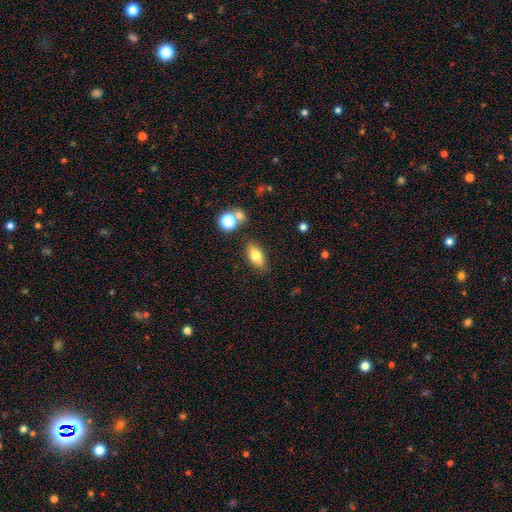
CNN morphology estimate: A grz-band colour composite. It shows a smooth galaxy with no disk features (75%) that is in between round and cigar-shaped (83%). Merging: none (80%).